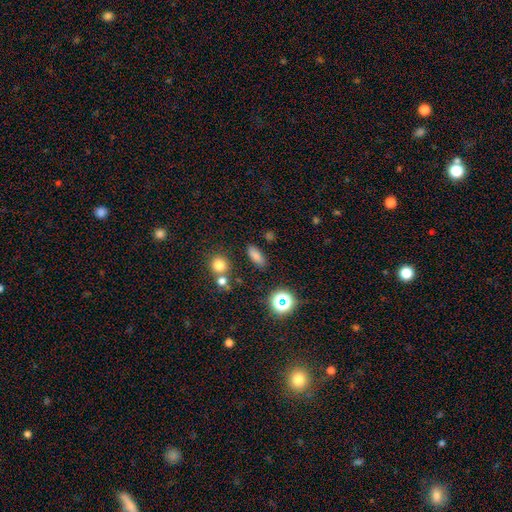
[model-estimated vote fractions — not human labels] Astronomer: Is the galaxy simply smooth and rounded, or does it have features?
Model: smooth — 76%.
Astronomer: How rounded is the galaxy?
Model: in between — 66%.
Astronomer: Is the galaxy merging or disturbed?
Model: none — 84%.